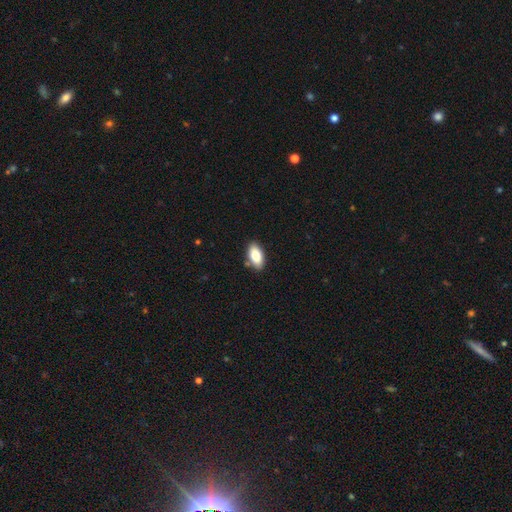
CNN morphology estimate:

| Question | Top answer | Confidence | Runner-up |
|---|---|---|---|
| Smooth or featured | smooth | 81% | featured or disk (12%) |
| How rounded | in between | 92% | cigar-shaped (5%) |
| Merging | none | 84% | minor disturbance (11%) |